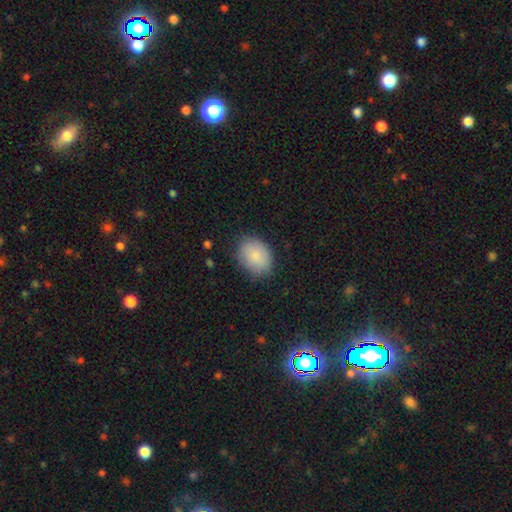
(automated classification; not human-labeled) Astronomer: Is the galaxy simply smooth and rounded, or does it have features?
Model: smooth — 86%.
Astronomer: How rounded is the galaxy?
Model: in between — 68%.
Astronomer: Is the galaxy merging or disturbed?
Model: none — 80%.